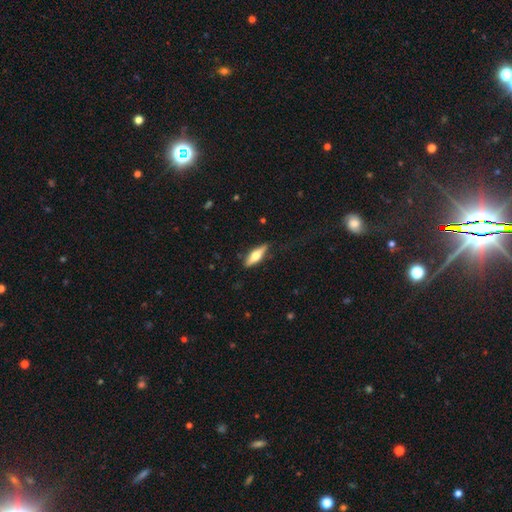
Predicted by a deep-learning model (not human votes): The model was most divided on "smooth or featured": smooth: 50%, featured or disk: 45%, star or artifact: 6%. More confident: merging — none (81%).